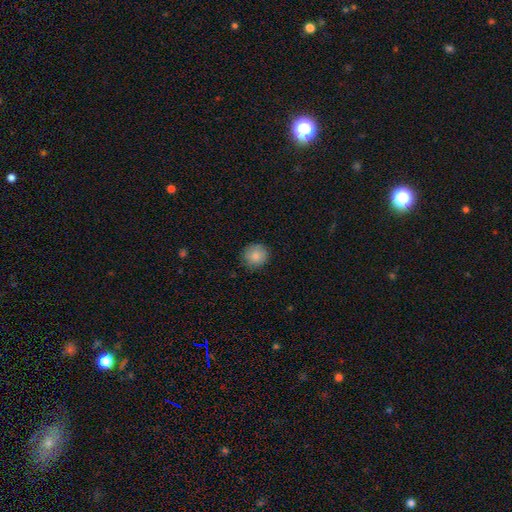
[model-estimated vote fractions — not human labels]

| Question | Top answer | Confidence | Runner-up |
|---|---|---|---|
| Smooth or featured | smooth | 84% | featured or disk (8%) |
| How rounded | round | 89% | in between (10%) |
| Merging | none | 85% | minor disturbance (12%) |